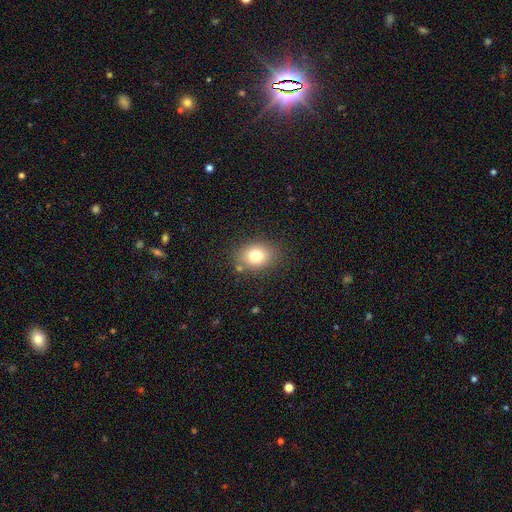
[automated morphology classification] A smooth galaxy with no disk features (78%) that is in between round and cigar-shaped (60%).

Vote fractions:
- Smooth or featured? smooth: 78% / star or artifact: 11% / featured or disk: 11%
- How rounded? in between: 60% / round: 39% / cigar-shaped: 1%
- Merging? none: 80% / minor disturbance: 13% / major disturbance: 4% / merger: 3%